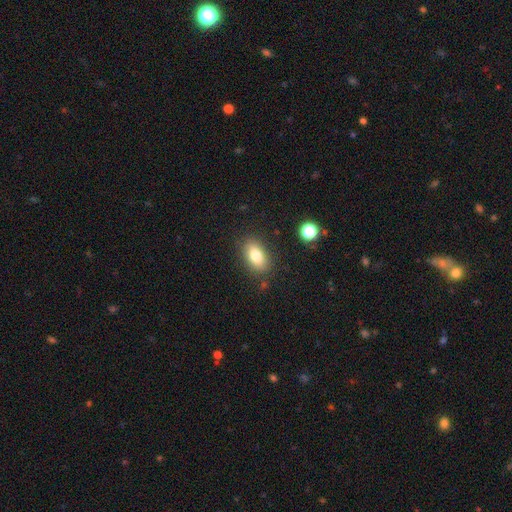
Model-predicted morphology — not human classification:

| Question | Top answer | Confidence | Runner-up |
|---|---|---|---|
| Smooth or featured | smooth | 78% | featured or disk (13%) |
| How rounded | in between | 88% | round (9%) |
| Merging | none | 84% | minor disturbance (11%) |